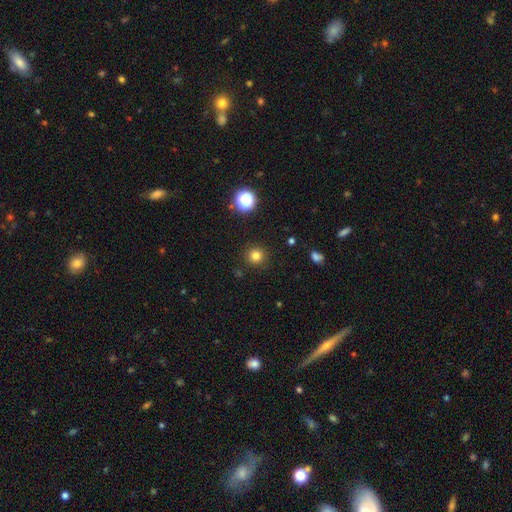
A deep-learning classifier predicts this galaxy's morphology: A smooth galaxy with no disk features (79%) that is round (94%).

Vote fractions:
- Smooth or featured? smooth: 79% / star or artifact: 15% / featured or disk: 5%
- How rounded? round: 94% / in between: 5% / cigar-shaped: 1%
- Merging? none: 91% / minor disturbance: 6% / major disturbance: 2% / merger: 1%